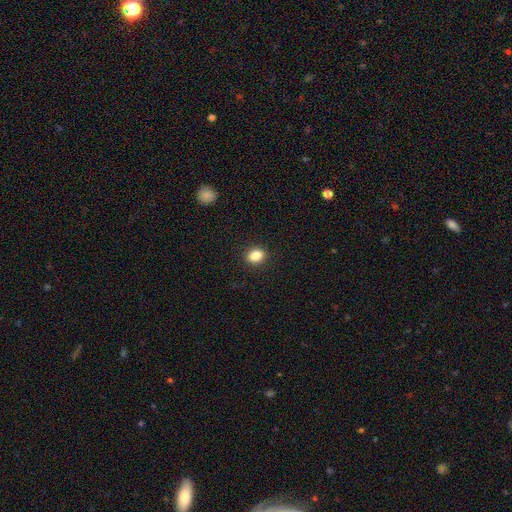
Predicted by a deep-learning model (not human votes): This appears to be a smooth galaxy with no disk features (86%) that is in between round and cigar-shaped (56%). Merging: none (90%).